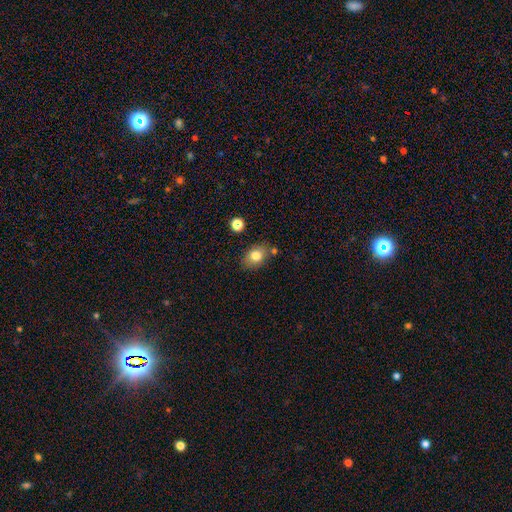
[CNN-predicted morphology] This appears to be a smooth galaxy with no disk features (78%) that is in between round and cigar-shaped (69%). Merging: none (73%).